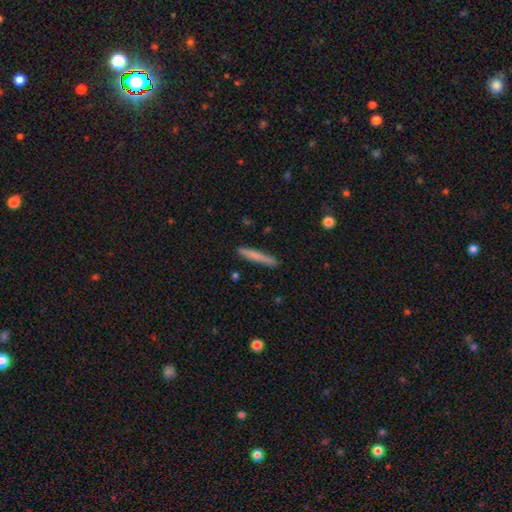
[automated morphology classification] A smooth galaxy with no disk features (72%) that is cigar-shaped (95%).

Vote fractions:
- Smooth or featured? smooth: 72% / featured or disk: 22% / star or artifact: 6%
- How rounded? cigar-shaped: 95% / in between: 3% / round: 1%
- Merging? none: 88% / minor disturbance: 9% / major disturbance: 2% / merger: 2%